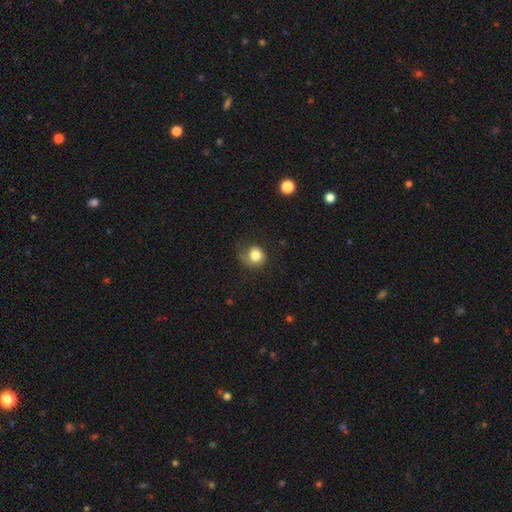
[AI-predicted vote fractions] This is likely a smooth galaxy (80%). How rounded: clearly round (82%). Merging: possibly none (56%).